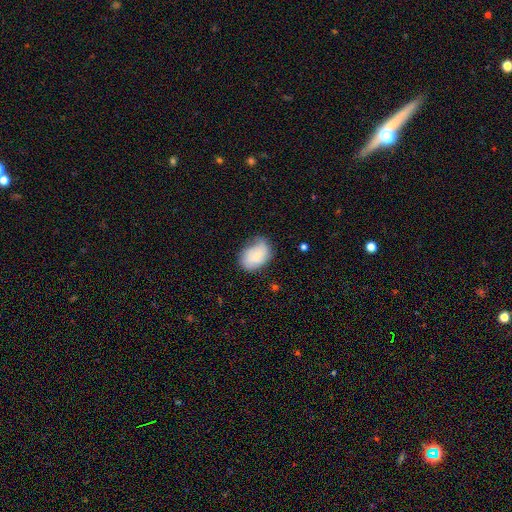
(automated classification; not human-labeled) This is likely a smooth galaxy (74%). How rounded: clearly in between (82%). Merging: possibly none (51%).